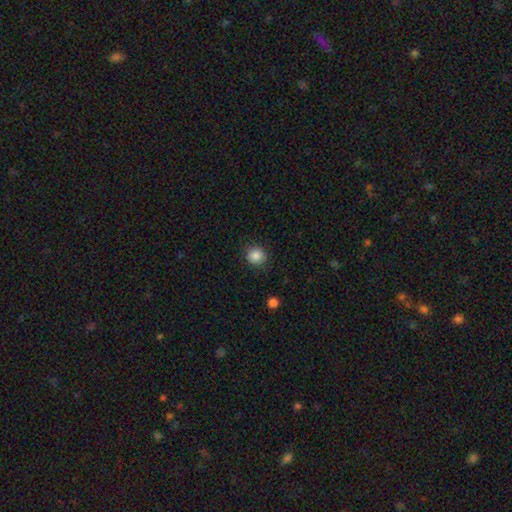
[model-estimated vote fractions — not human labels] smooth-or-featured: smooth: 86% | star or artifact: 10% | featured or disk: 4%
  how-rounded: round: 89% | in between: 10% | cigar-shaped: 1%
  merging: none: 89% | minor disturbance: 8% | major disturbance: 2% | merger: 1%